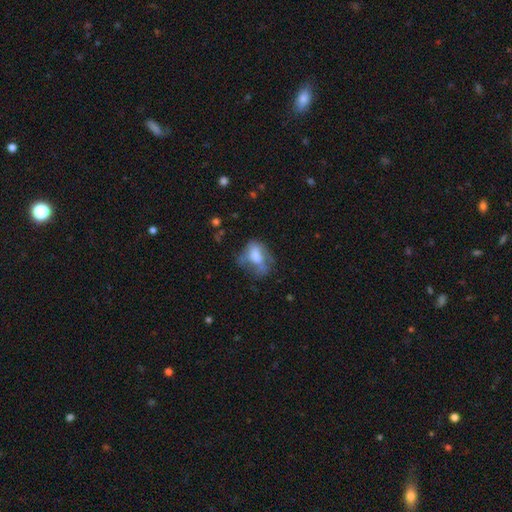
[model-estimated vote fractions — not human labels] Smooth or featured?
  - smooth: 55% *
  - featured or disk: 34%
  - star or artifact: 11%
How rounded?
  - in between: 77% *
  - round: 20%
  - cigar-shaped: 3%
Merging?
  - major disturbance: 36% *
  - none: 31%
  - minor disturbance: 26%
  - merger: 7%